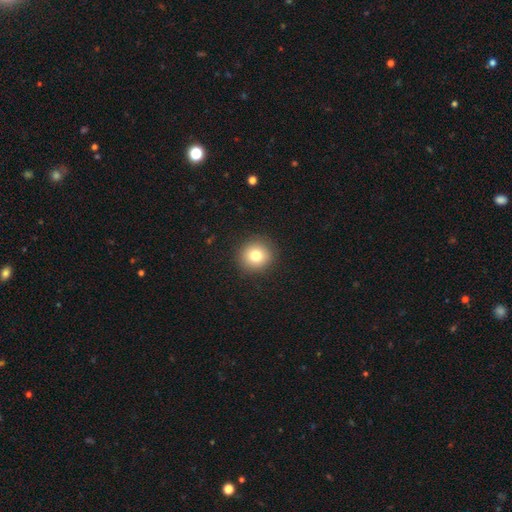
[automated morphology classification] The model was most divided on "smooth or featured": smooth: 80%, star or artifact: 11%, featured or disk: 9%. More confident: how rounded — round (92%); merging — none (91%).